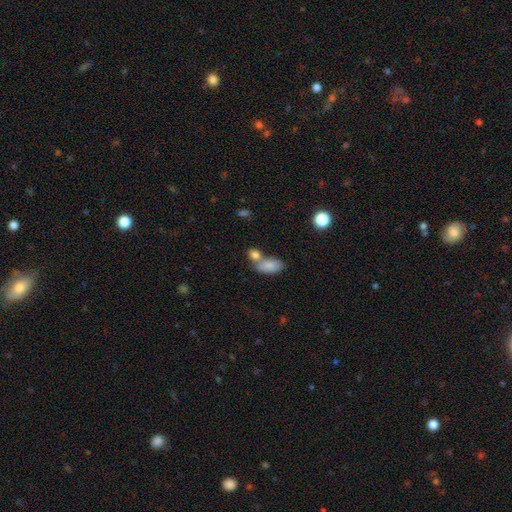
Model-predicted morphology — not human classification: Smooth or featured?
  - smooth: 82% *
  - star or artifact: 10%
  - featured or disk: 8%
How rounded?
  - in between: 78% *
  - round: 18%
  - cigar-shaped: 4%
Merging?
  - merger: 43% *
  - none: 42%
  - minor disturbance: 11%
  - major disturbance: 4%